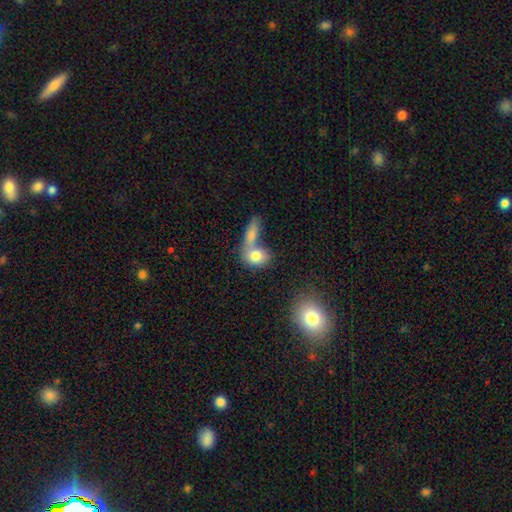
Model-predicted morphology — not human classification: smooth 78%, featured or disk 14%, star or artifact 8%. Down the decision tree: how rounded — in between (52%); merging — merger (54%).